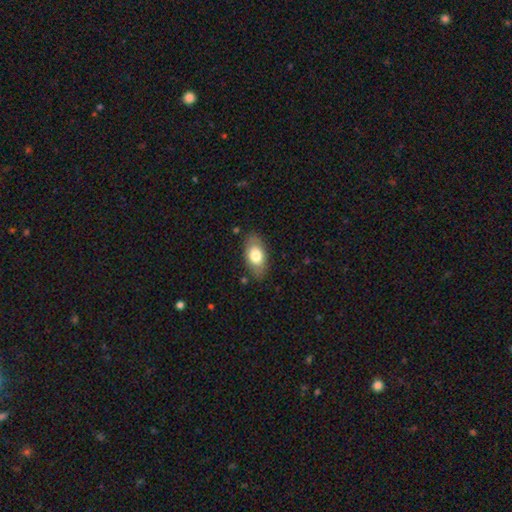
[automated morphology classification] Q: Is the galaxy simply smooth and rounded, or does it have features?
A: smooth — 74%.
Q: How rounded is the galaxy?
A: in between — 91%.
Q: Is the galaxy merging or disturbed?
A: none — 80%.